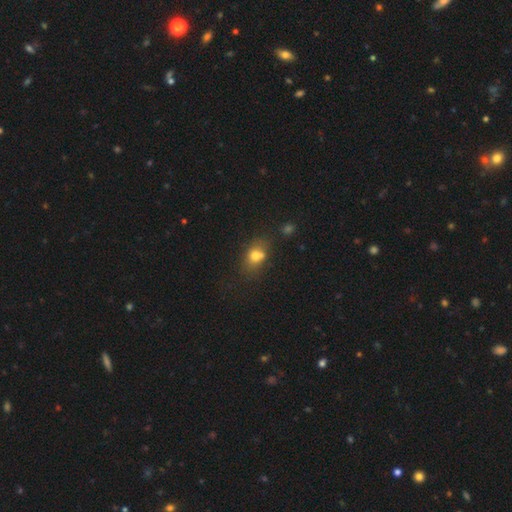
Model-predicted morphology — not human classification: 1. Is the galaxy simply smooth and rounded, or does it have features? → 71% smooth, 16% featured or disk, 13% star or artifact.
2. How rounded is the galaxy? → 58% in between, 39% round, 2% cigar-shaped.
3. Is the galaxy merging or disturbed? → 46% none, 28% merger, 18% minor disturbance, 8% major disturbance.